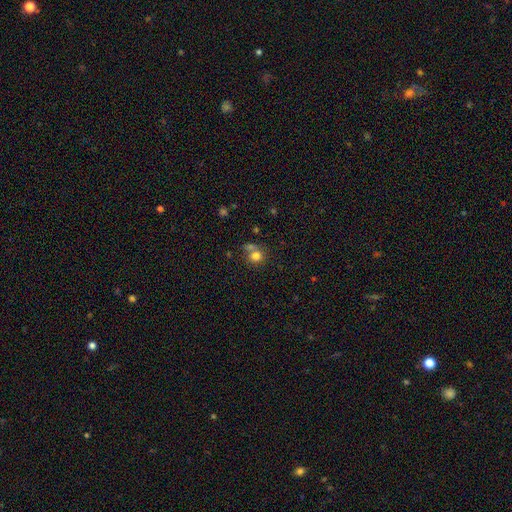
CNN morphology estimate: smooth 78%, star or artifact 12%, featured or disk 10%. Down the decision tree: how rounded — round (77%); merging — none (50%).